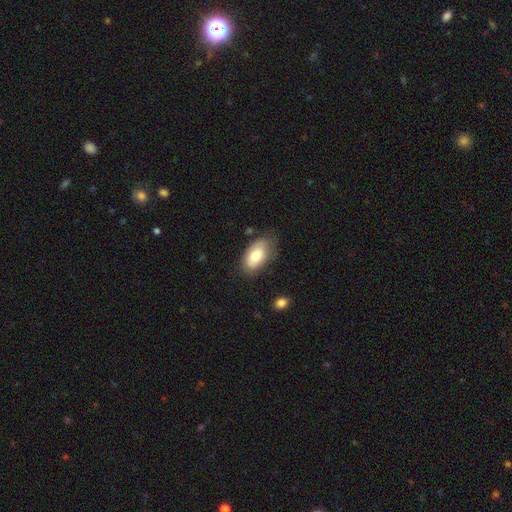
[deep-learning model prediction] Overall: smooth (78%). How rounded: in between (94%). Merging: none (67%).